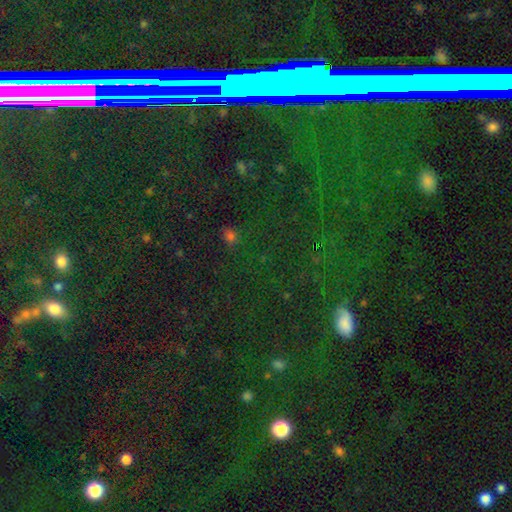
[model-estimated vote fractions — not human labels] Overall: star or artifact (75%).